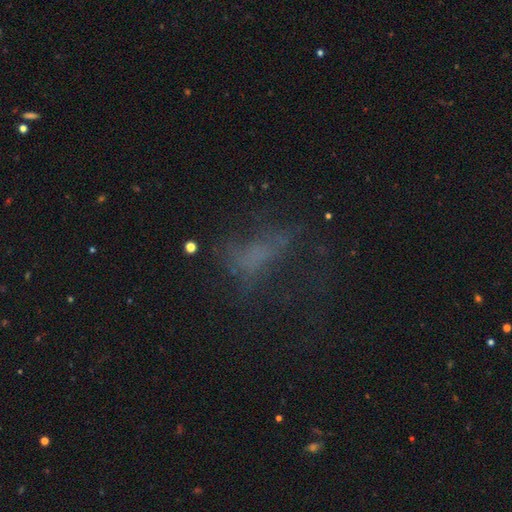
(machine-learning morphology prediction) This is marginally a smooth galaxy (37%). Merging: marginally none (43%).